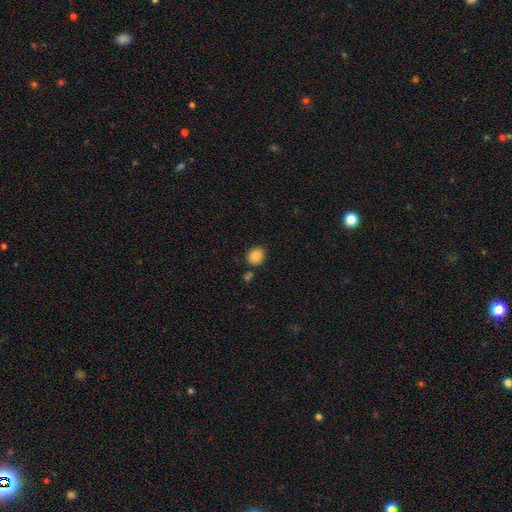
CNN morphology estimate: smooth-or-featured: smooth: 82% | star or artifact: 9% | featured or disk: 9%
  how-rounded: round: 74% | in between: 25% | cigar-shaped: 1%
  merging: none: 81% | minor disturbance: 11% | merger: 5% | major disturbance: 2%